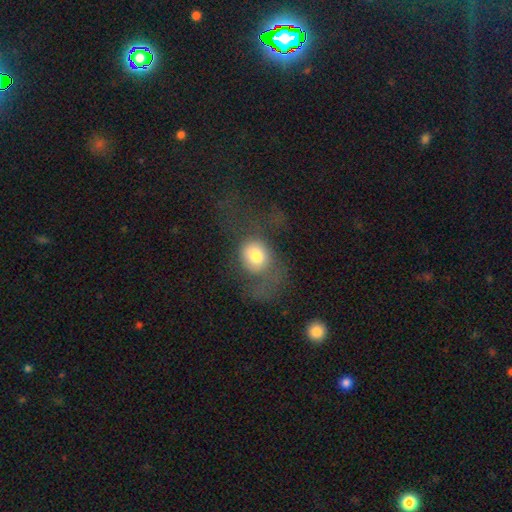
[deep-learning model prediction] Overall: smooth (71%). How rounded: round (61%; in between 38%). Merging: major disturbance (50%; none 30%).